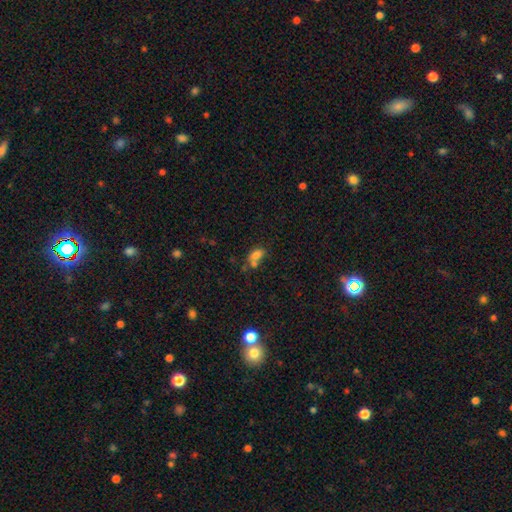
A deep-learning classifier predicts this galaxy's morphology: This appears to be a smooth galaxy with no disk features (73%) that is in between round and cigar-shaped (82%). Merging: merger (39%).